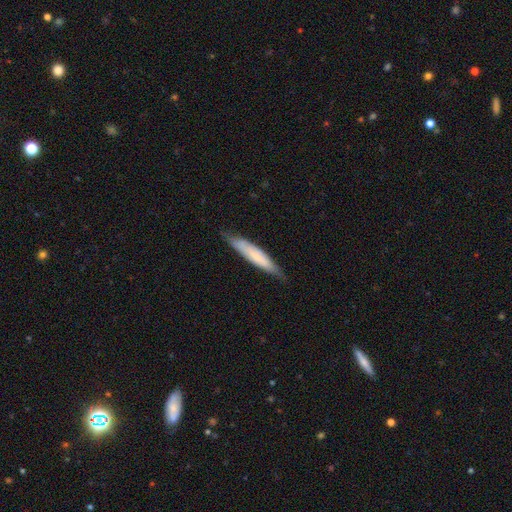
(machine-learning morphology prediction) A smooth galaxy with no disk features (61%) that is cigar-shaped (87%).

Vote fractions:
- Smooth or featured? smooth: 61% / featured or disk: 33% / star or artifact: 6%
- How rounded? cigar-shaped: 87% / in between: 12% / round: 1%
- Merging? none: 79% / minor disturbance: 17% / major disturbance: 3% / merger: 1%